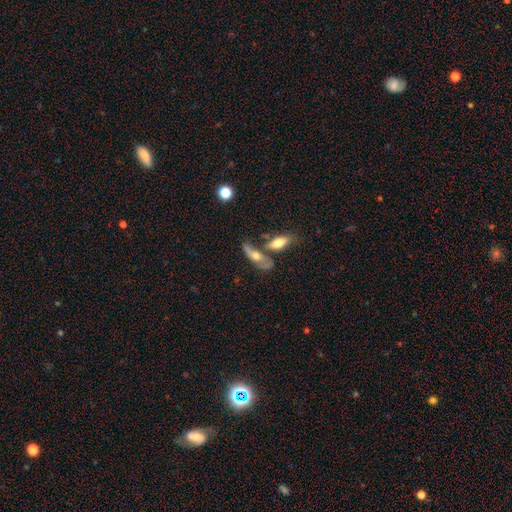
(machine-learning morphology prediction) A featured or disk galaxy (48%).

Vote fractions:
- Smooth or featured? featured or disk: 48% / smooth: 44% / star or artifact: 8%
- Merging? none: 39% / merger: 34% / minor disturbance: 17% / major disturbance: 10%